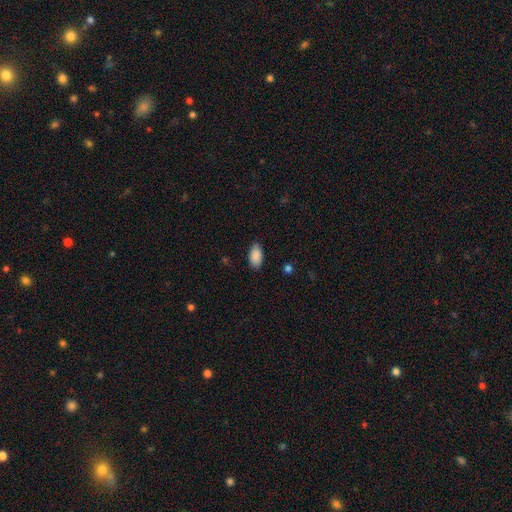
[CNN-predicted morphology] This is clearly a smooth galaxy (90%). How rounded: clearly in between (94%). Merging: clearly none (86%).